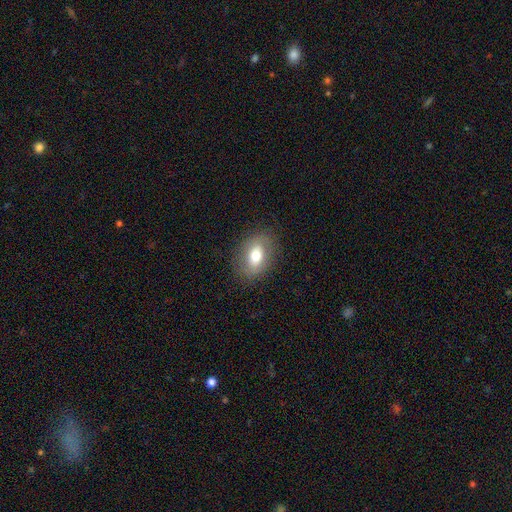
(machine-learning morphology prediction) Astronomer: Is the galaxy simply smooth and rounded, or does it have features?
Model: smooth — 67%.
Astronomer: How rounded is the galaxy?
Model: in between — 81%.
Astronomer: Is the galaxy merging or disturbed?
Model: none — 83%.